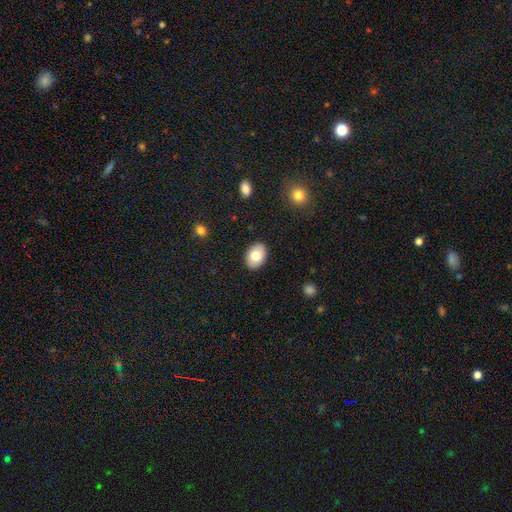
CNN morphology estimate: smooth 73%, featured or disk 21%, star or artifact 7%. Down the decision tree: how rounded — in between (82%); merging — none (87%).